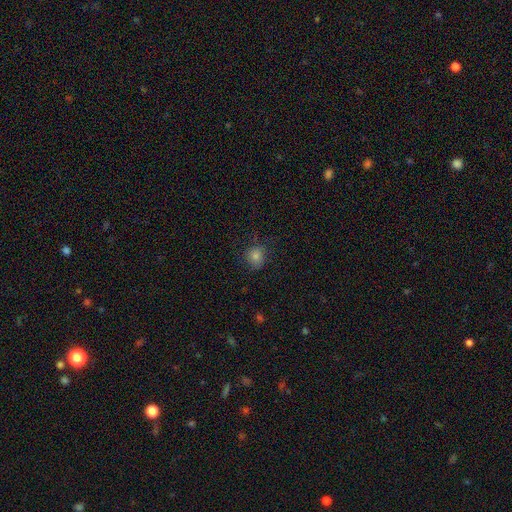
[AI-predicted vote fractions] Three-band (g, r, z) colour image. It shows a smooth galaxy with no disk features (72%) that is round (80%). Merging: none (74%).